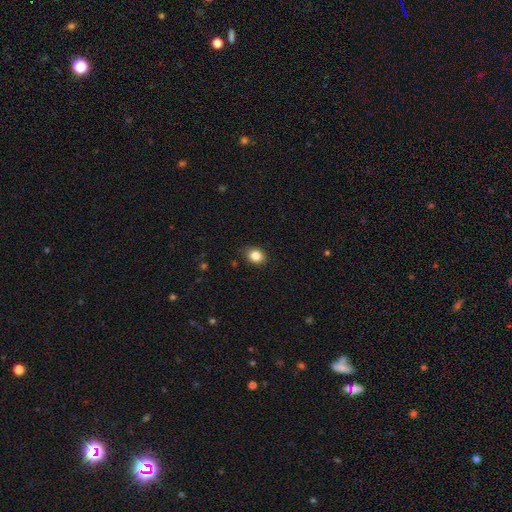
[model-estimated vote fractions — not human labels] Smooth or featured? smooth (84%)
How rounded? round (57%)
Merging? none (87%)